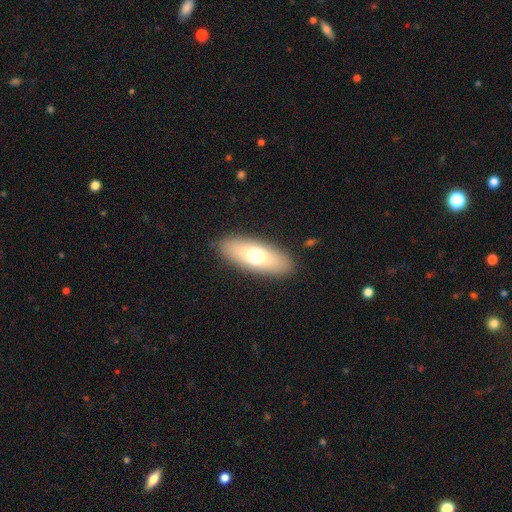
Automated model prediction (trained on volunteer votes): Smooth or featured: smooth — 67% (featured or disk — 25%)
How rounded: in between — 73% (cigar-shaped — 23%)
Merging: none — 88% (minor disturbance — 8%)